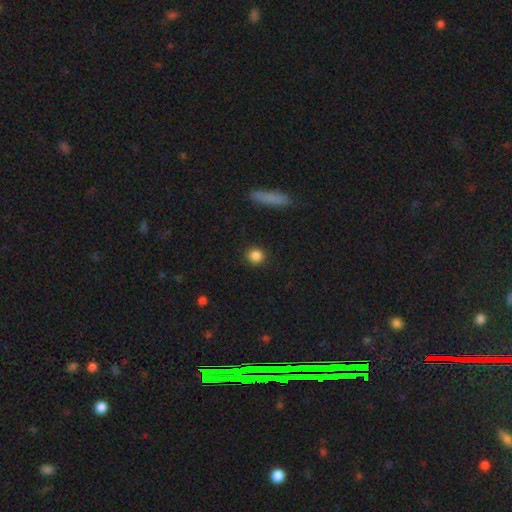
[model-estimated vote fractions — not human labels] A smooth galaxy with no disk features (86%) that is round (90%). Merging: none (90%).